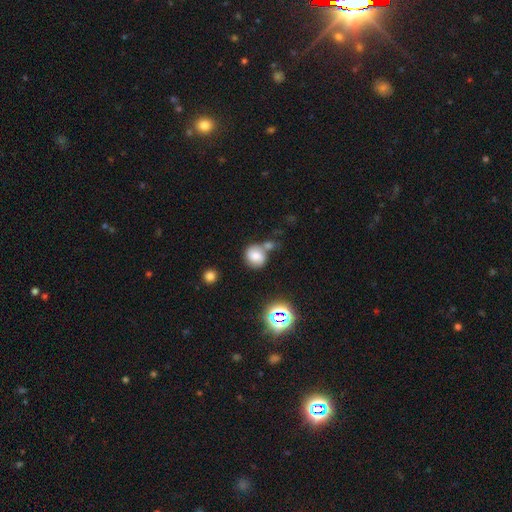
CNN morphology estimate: A smooth galaxy with no disk features (67%) that is round (79%). Merging: none (45%).